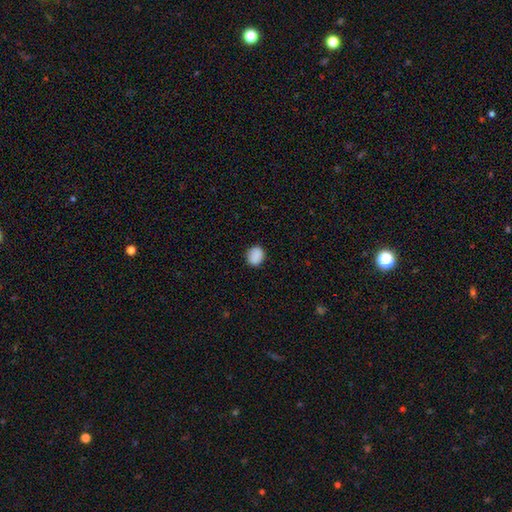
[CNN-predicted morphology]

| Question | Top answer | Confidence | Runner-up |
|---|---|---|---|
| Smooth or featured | smooth | 89% | star or artifact (8%) |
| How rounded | round | 72% | in between (27%) |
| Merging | none | 87% | minor disturbance (10%) |